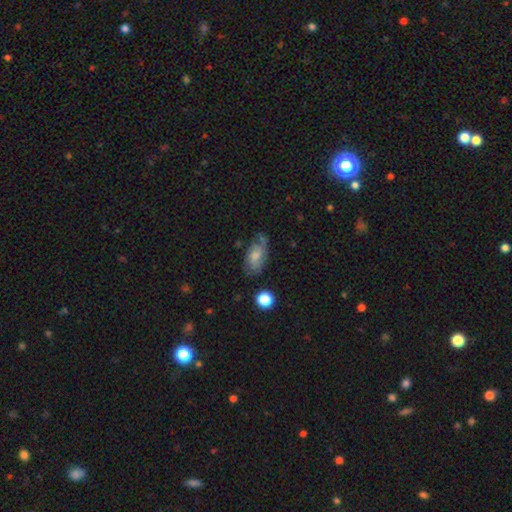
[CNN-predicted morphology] Smooth or featured? Predicted: smooth (p=0.52). How rounded? Predicted: in between (p=0.89). Merging? Predicted: none (p=0.48).